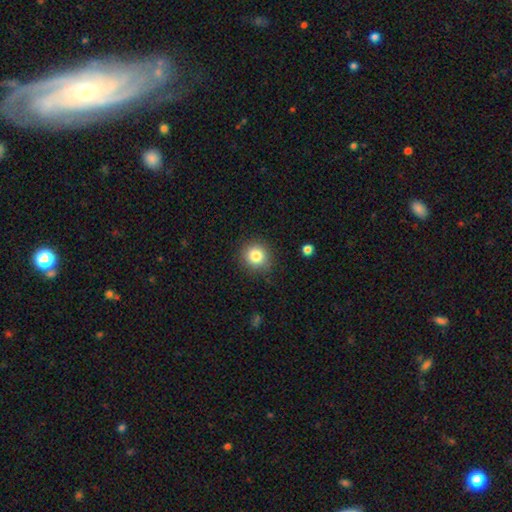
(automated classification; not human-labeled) Smooth or featured? Predicted: smooth (p=0.83). How rounded? Predicted: round (p=0.89). Merging? Predicted: none (p=0.88).